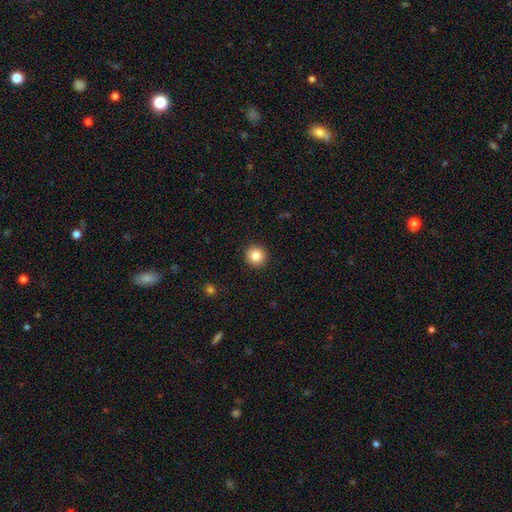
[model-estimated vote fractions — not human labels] smooth_or_featured: smooth (p=0.84) [alt: star or artifact p=0.10]
how_rounded: round (p=0.94) [alt: in between p=0.05]
merging: none (p=0.93) [alt: minor disturbance p=0.04]